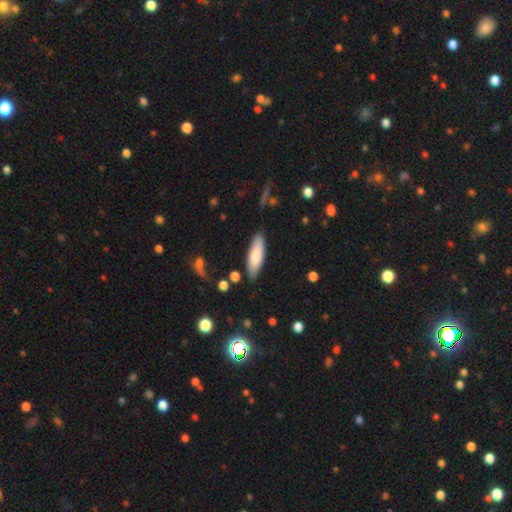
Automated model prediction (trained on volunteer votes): Overall: smooth (78%). How rounded: in between (51%; cigar-shaped 47%). Merging: none (83%).